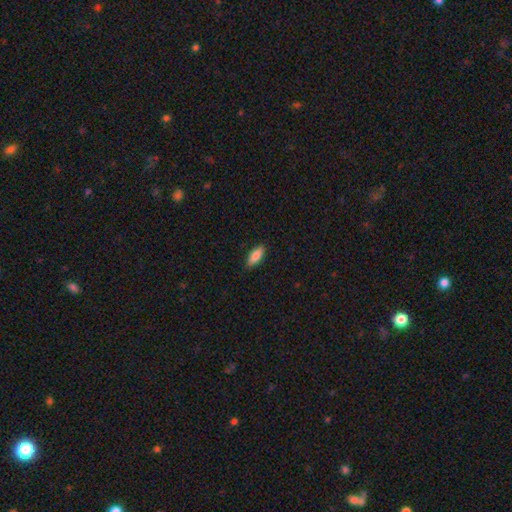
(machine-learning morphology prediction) The model was most divided on "how rounded": in between: 75%, cigar-shaped: 23%, round: 2%. More confident: merging — none (88%); smooth or featured — smooth (85%).